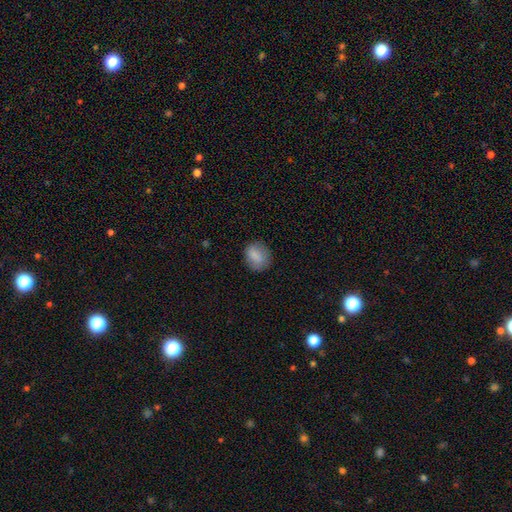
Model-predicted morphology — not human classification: Smooth or featured? smooth (84%)
How rounded? round (55%)
Merging? none (81%)